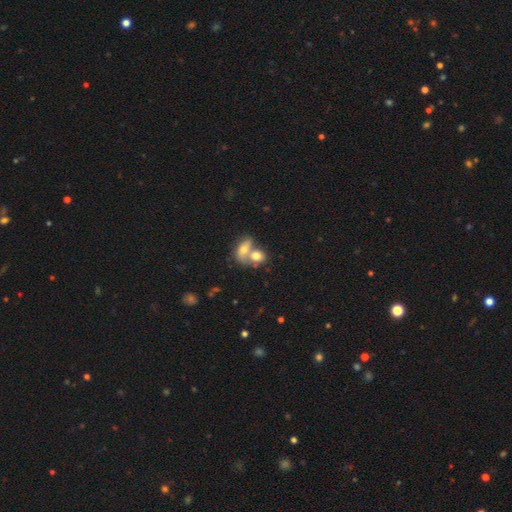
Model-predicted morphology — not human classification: A smooth galaxy with no disk features (75%) that is in between round and cigar-shaped (63%).

Vote fractions:
- Smooth or featured? smooth: 75% / featured or disk: 17% / star or artifact: 8%
- How rounded? in between: 63% / round: 34% / cigar-shaped: 3%
- Merging? merger: 67% / none: 23% / minor disturbance: 6% / major disturbance: 4%